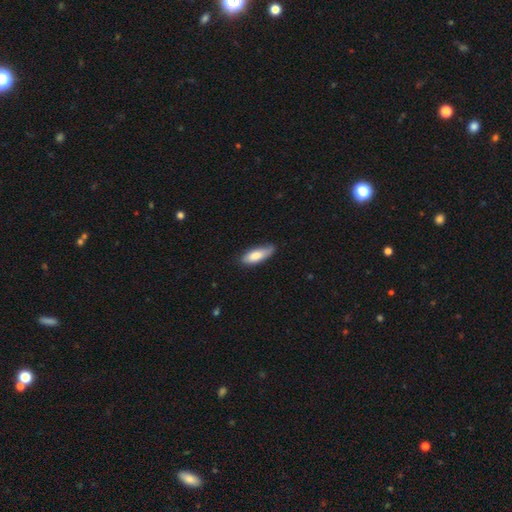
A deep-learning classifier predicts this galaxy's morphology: Smooth or featured? Predicted: smooth (p=0.80). How rounded? Predicted: in between (p=0.67). Merging? Predicted: none (p=0.68).